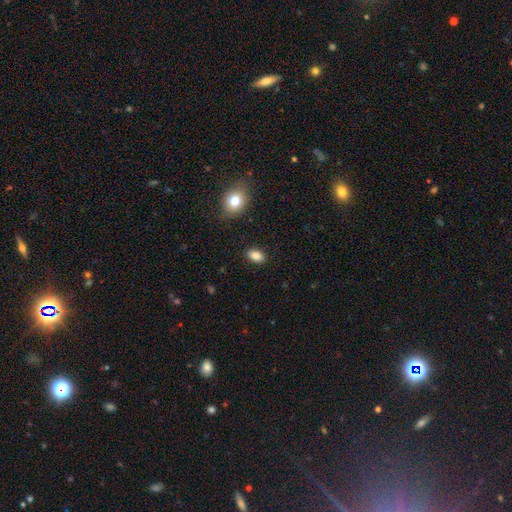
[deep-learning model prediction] Smooth or featured: smooth — 85% (star or artifact — 9%)
How rounded: in between — 88% (round — 10%)
Merging: none — 87% (minor disturbance — 9%)